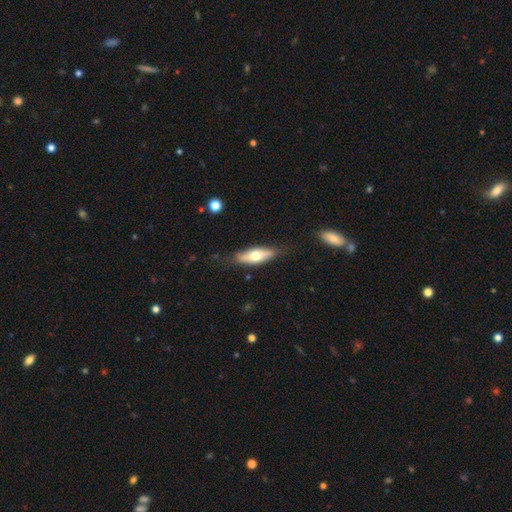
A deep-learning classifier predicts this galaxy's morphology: Smooth or featured?
  - smooth: 57% *
  - featured or disk: 38%
  - star or artifact: 6%
How rounded?
  - in between: 58% *
  - cigar-shaped: 39%
  - round: 2%
Merging?
  - none: 78% *
  - minor disturbance: 16%
  - major disturbance: 4%
  - merger: 2%